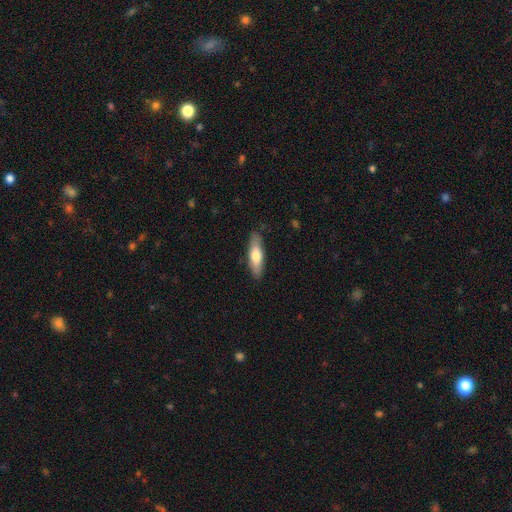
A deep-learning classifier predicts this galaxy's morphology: Smooth or featured? smooth (66%)
How rounded? cigar-shaped (60%)
Merging? none (86%)